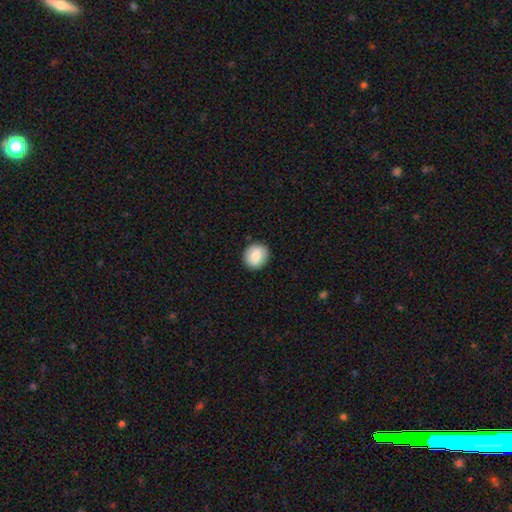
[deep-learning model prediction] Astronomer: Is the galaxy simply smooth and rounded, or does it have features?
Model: smooth — 81%.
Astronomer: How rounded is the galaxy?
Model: round — 83%.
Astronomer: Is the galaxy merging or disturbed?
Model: none — 90%.